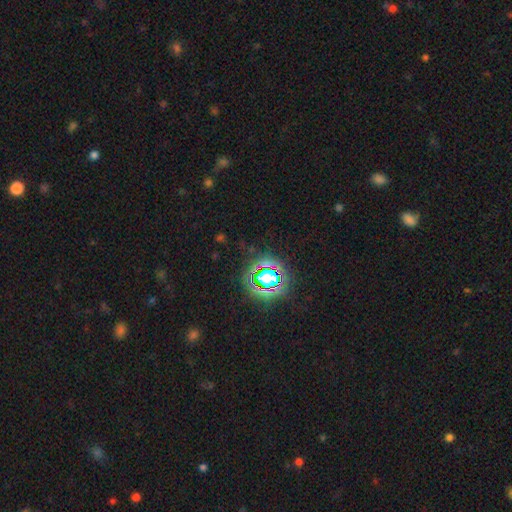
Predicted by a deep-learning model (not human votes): smooth-or-featured: star or artifact: 80% | smooth: 13% | featured or disk: 7%